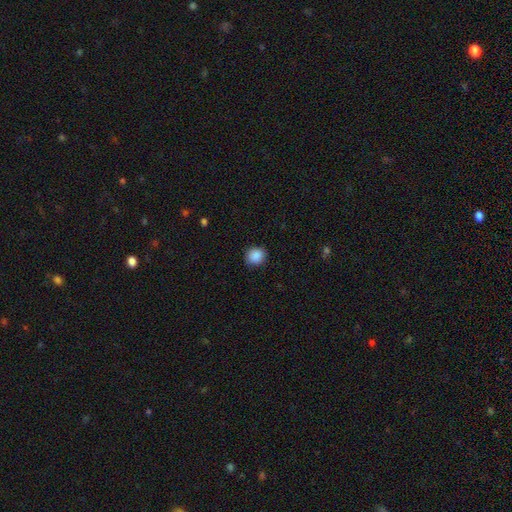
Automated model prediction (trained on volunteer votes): This is clearly a smooth galaxy (89%). How rounded: clearly round (80%). Merging: clearly none (87%).